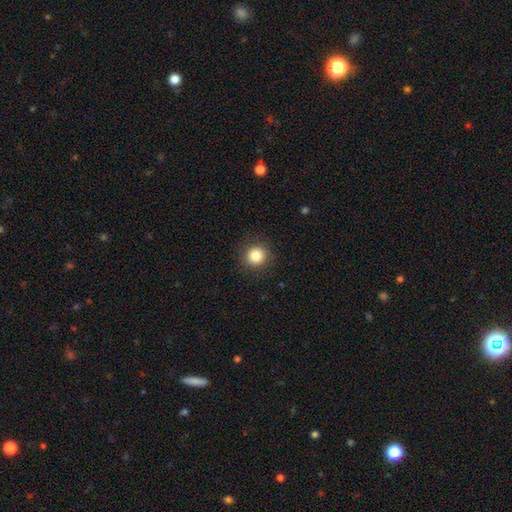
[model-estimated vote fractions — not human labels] smooth 84%, star or artifact 10%, featured or disk 5%. Down the decision tree: how rounded — round (93%); merging — none (90%).